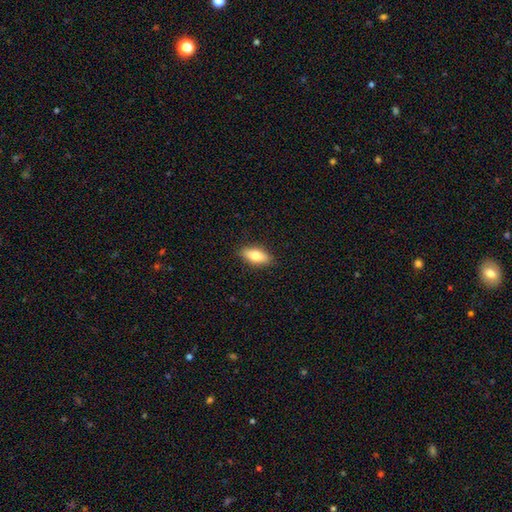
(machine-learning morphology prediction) Smooth or featured? smooth (74%)
How rounded? in between (79%)
Merging? none (88%)